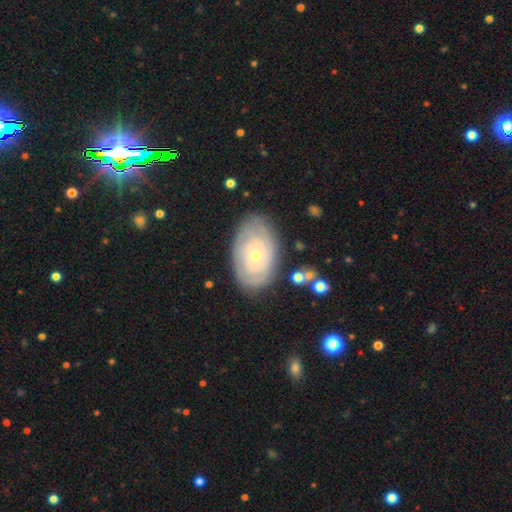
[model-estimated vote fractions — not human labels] featured or disk 64%, smooth 30%, star or artifact 6%. Down the decision tree: edge-on disk — no (95%); bar — no (87%); spiral arms — yes (68%); bulge size — small (71%); merging — none (77%).